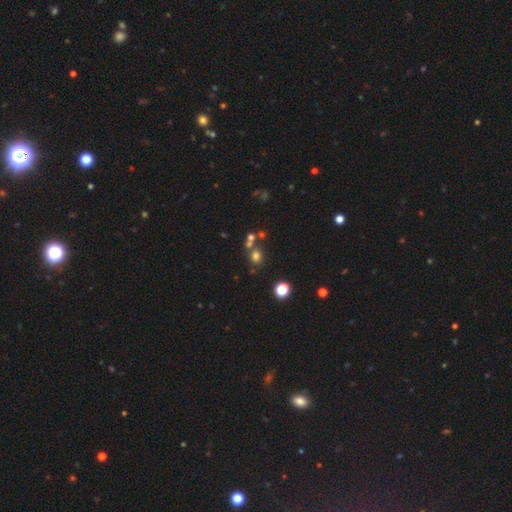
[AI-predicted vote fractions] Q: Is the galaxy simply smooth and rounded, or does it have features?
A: smooth — 69%.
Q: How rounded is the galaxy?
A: round — 80%.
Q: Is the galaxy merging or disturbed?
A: none — 63%.